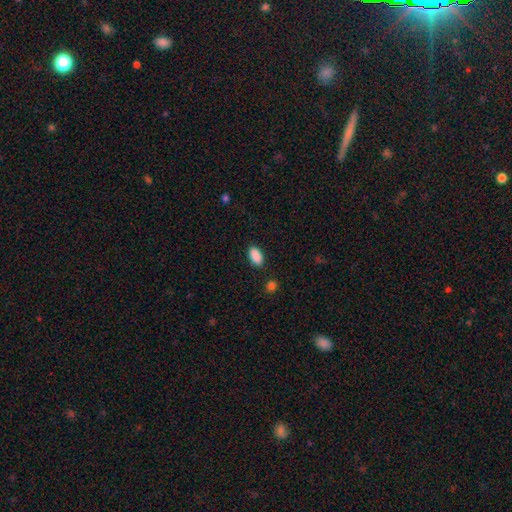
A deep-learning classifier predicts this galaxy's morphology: smooth 90%, star or artifact 7%, featured or disk 3%. Down the decision tree: how rounded — in between (92%); merging — none (87%).